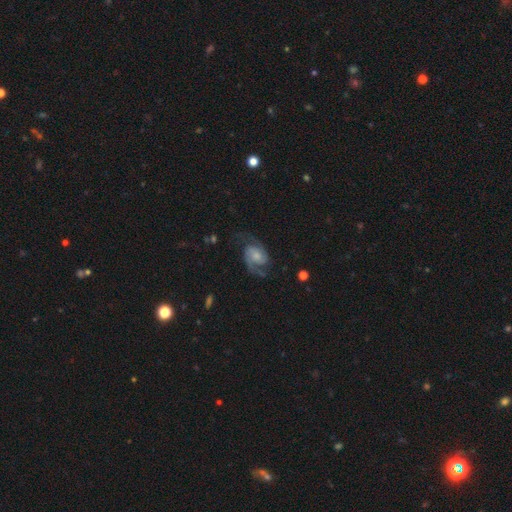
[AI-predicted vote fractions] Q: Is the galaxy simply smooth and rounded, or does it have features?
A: featured or disk — 85%.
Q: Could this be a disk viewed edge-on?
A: no — 98%.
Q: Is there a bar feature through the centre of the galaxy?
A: no — 61%.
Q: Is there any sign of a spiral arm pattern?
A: yes — 97%.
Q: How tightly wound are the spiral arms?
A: medium — 51%.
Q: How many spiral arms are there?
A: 2 — 91%.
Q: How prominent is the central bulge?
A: small — 43%.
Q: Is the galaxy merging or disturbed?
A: none — 67%.